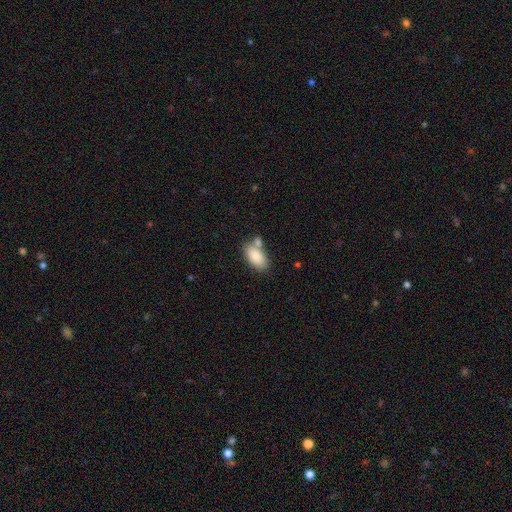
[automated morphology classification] smooth 86%, featured or disk 7%, star or artifact 7%. Down the decision tree: how rounded — in between (94%); merging — none (55%).